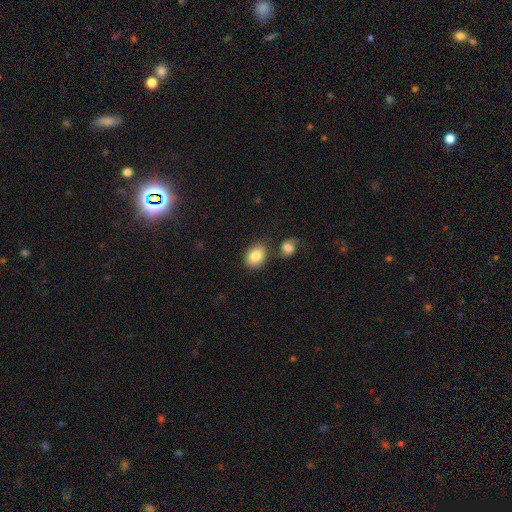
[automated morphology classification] Q: Smooth or featured?
A: smooth (84%); runner-up: featured or disk (9%)
Q: How rounded?
A: in between (67%); runner-up: round (32%)
Q: Merging?
A: none (69%); runner-up: minor disturbance (15%)